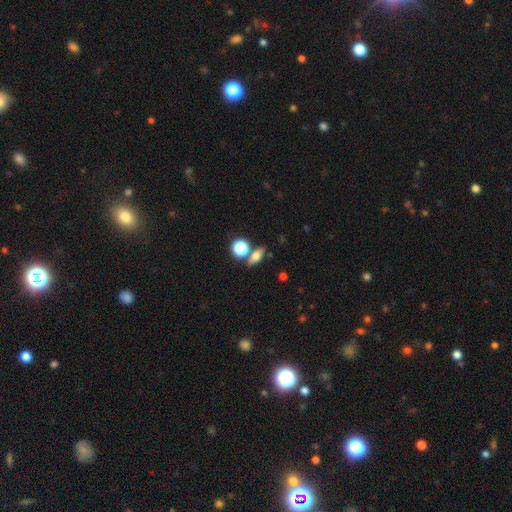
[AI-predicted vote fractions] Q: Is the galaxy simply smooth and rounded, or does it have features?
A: smooth — 58%.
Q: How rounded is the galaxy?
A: in between — 51%.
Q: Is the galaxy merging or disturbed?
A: none — 72%.